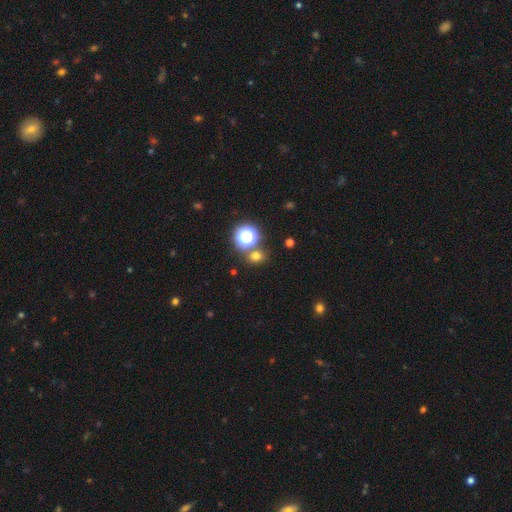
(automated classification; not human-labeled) Smooth or featured? Predicted: smooth (p=0.67). How rounded? Predicted: round (p=0.76). Merging? Predicted: none (p=0.76).